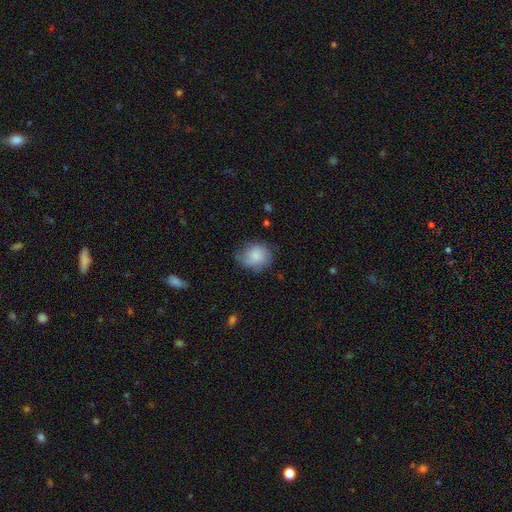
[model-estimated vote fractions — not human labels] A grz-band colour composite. It shows a smooth galaxy with no disk features (73%) that is round (69%). Merging: none (62%).